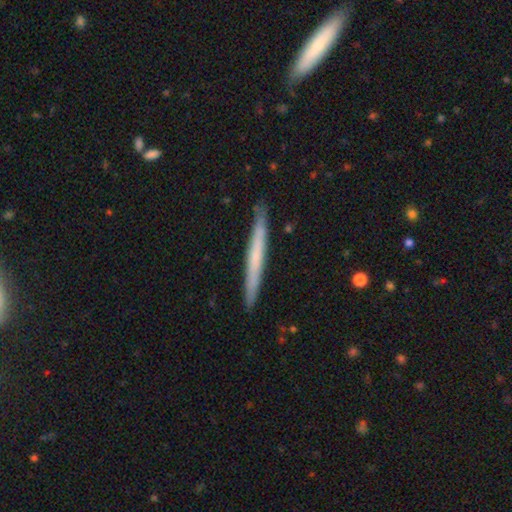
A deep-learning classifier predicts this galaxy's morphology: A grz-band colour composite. It shows a smooth galaxy with no disk features (53%) that is cigar-shaped (97%). Merging: none (88%).